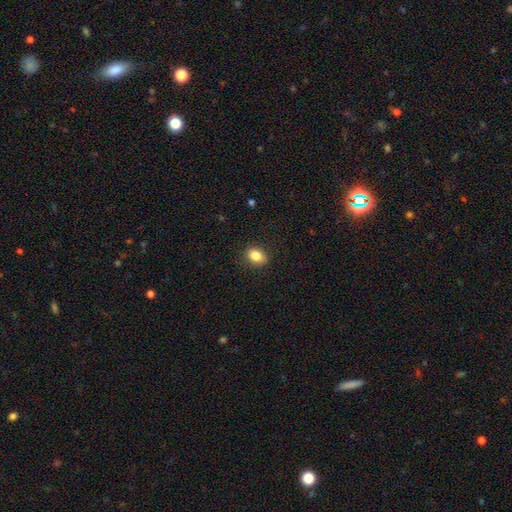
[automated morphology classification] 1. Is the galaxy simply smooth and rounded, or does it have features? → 84% smooth, 9% star or artifact, 7% featured or disk.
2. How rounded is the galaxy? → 68% in between, 30% round, 1% cigar-shaped.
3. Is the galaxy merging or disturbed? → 88% none, 9% minor disturbance, 2% major disturbance, 1% merger.